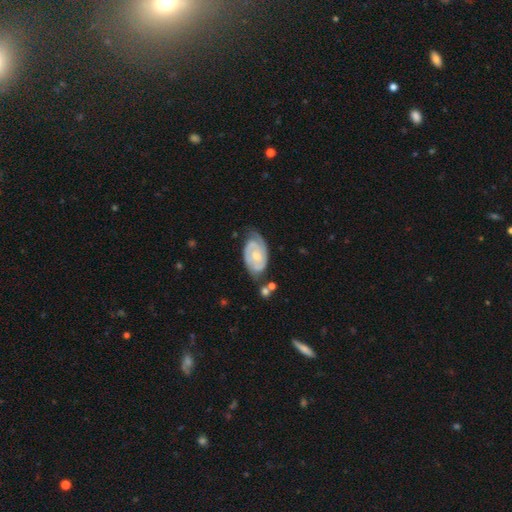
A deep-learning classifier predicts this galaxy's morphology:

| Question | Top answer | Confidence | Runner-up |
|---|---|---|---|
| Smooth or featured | featured or disk | 78% | smooth (17%) |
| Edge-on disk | no | 96% | yes (4%) |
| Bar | no | 62% | weak (32%) |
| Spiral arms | yes | 92% | no (8%) |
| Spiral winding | tight | 65% | medium (28%) |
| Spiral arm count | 2 | 64% | can't tell (18%) |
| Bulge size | moderate | 47% | small (44%) |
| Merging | none | 59% | minor disturbance (26%) |